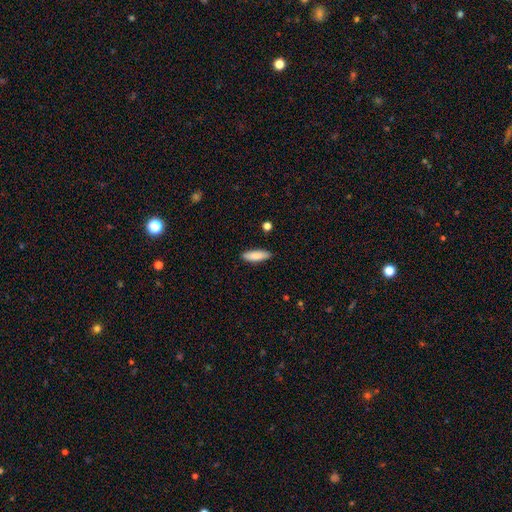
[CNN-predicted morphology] Smooth or featured?
  - smooth: 87% *
  - featured or disk: 7%
  - star or artifact: 6%
How rounded?
  - in between: 54% *
  - cigar-shaped: 44%
  - round: 2%
Merging?
  - none: 87% *
  - minor disturbance: 10%
  - major disturbance: 2%
  - merger: 1%